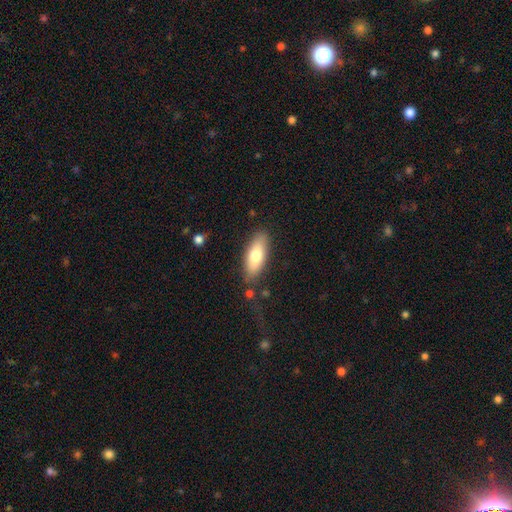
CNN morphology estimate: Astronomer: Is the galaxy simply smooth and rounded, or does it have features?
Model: smooth — 73%.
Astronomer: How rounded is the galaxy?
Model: in between — 75%.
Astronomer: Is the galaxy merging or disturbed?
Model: none — 82%.